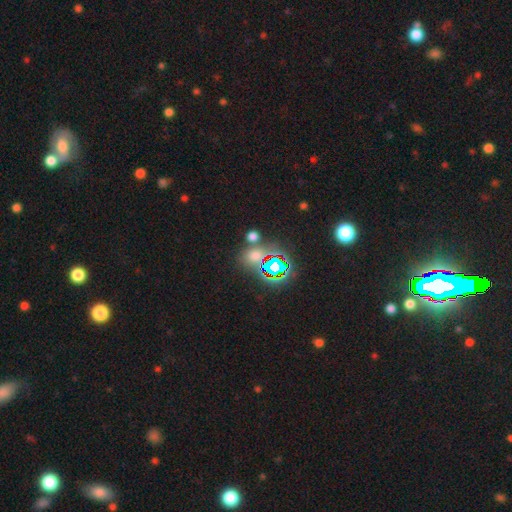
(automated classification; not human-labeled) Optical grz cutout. It shows a star or artifact, not a galaxy (50%).